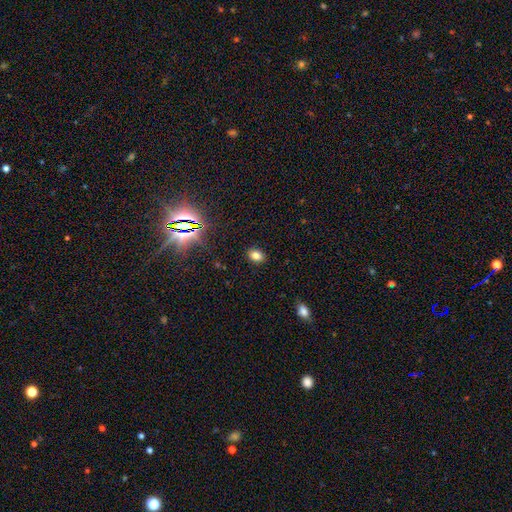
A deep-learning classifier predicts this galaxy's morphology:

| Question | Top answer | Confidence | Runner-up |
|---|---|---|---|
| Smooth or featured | smooth | 77% | star or artifact (16%) |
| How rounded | in between | 64% | round (35%) |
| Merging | none | 88% | minor disturbance (8%) |